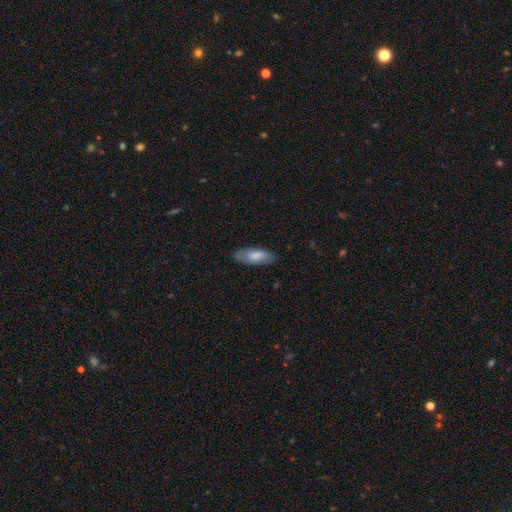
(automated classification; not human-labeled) Smooth or featured?
  - smooth: 75% *
  - featured or disk: 19%
  - star or artifact: 6%
How rounded?
  - in between: 77% *
  - cigar-shaped: 21%
  - round: 2%
Merging?
  - none: 81% *
  - minor disturbance: 15%
  - major disturbance: 3%
  - merger: 1%